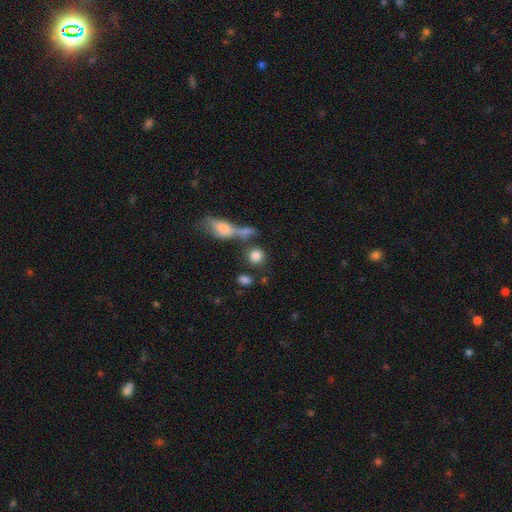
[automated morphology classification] Smooth or featured?
  - smooth: 82% *
  - star or artifact: 10%
  - featured or disk: 9%
How rounded?
  - round: 75% *
  - in between: 21%
  - cigar-shaped: 4%
Merging?
  - none: 61% *
  - merger: 24%
  - minor disturbance: 10%
  - major disturbance: 5%